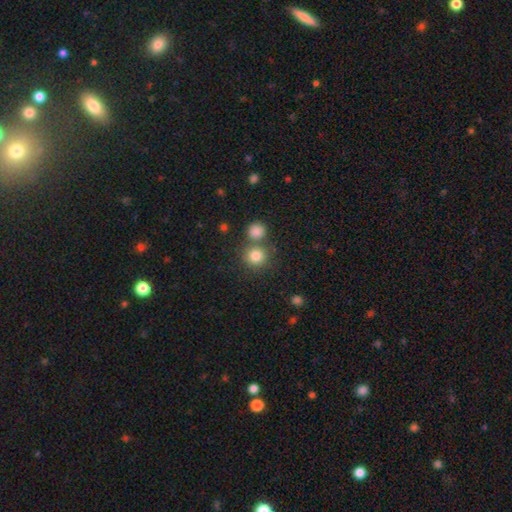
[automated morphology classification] Smooth or featured?
  - smooth: 82% *
  - star or artifact: 12%
  - featured or disk: 6%
How rounded?
  - round: 90% *
  - in between: 9%
  - cigar-shaped: 1%
Merging?
  - none: 65% *
  - merger: 24%
  - minor disturbance: 8%
  - major disturbance: 3%